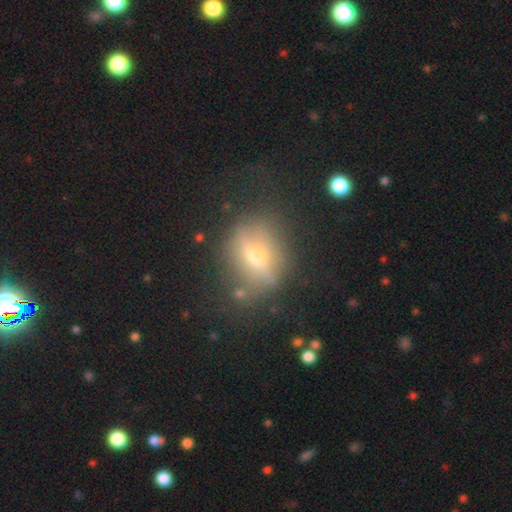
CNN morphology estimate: Smooth or featured: featured or disk — 59% (smooth — 28%)
Edge-on disk: yes — 62% (no — 38%)
Merging: none — 72% (minor disturbance — 16%)